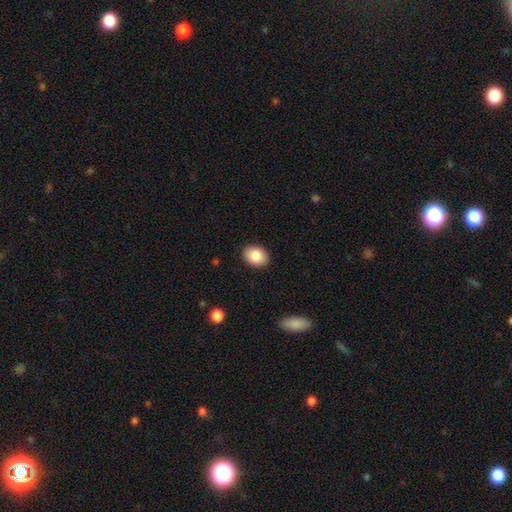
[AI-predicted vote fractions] A smooth galaxy with no disk features (86%) that is in between round and cigar-shaped (70%). Merging: none (89%).